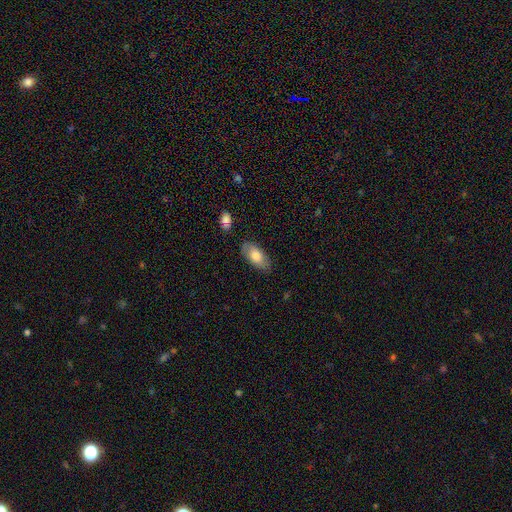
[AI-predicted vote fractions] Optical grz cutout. It shows a smooth galaxy with no disk features (74%) that is in between round and cigar-shaped (91%). Merging: none (80%).